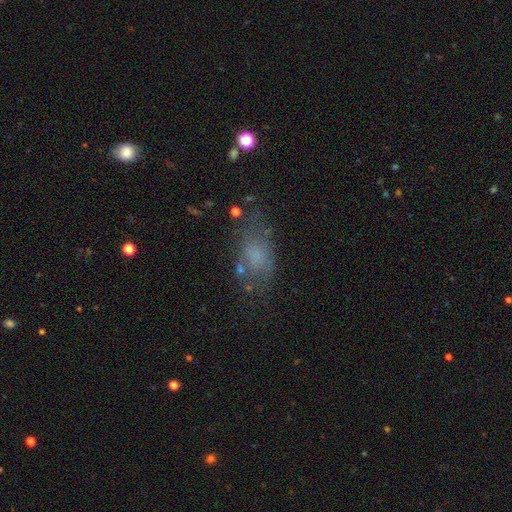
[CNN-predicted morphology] A smooth galaxy with no disk features (62%) that is in between round and cigar-shaped (84%). Merging: none (54%).